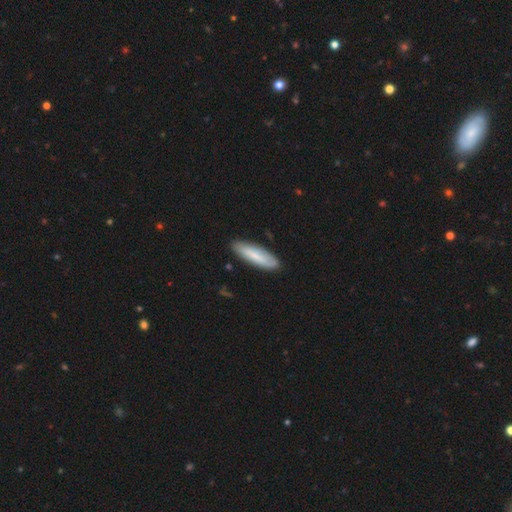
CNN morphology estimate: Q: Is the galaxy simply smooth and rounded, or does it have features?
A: smooth — 70%.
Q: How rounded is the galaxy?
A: cigar-shaped — 62%.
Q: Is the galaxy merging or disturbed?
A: none — 86%.